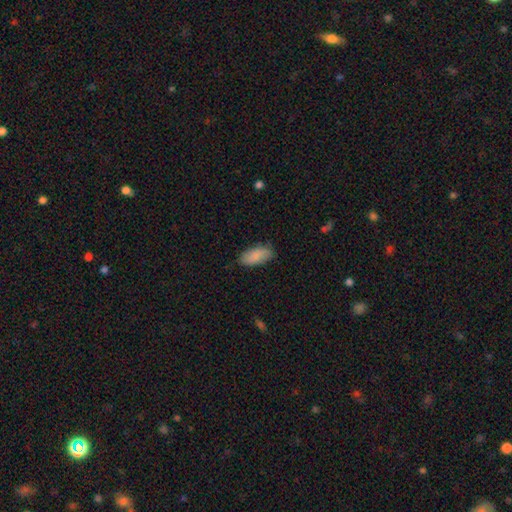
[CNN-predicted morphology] This is clearly a smooth galaxy (86%). How rounded: clearly in between (89%). Merging: likely none (79%).